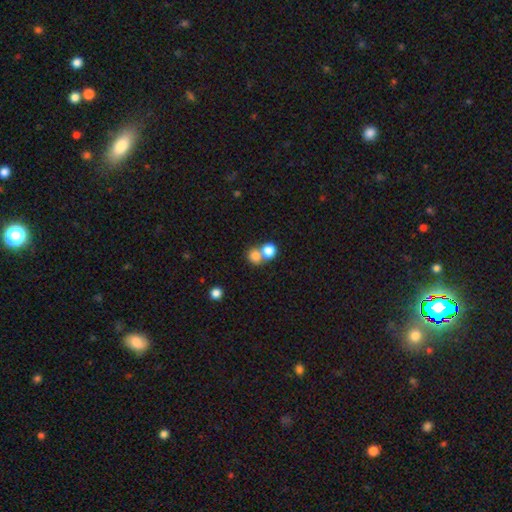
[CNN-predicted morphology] Overall: smooth (79%). How rounded: round (81%). Merging: merger (51%; none 41%).